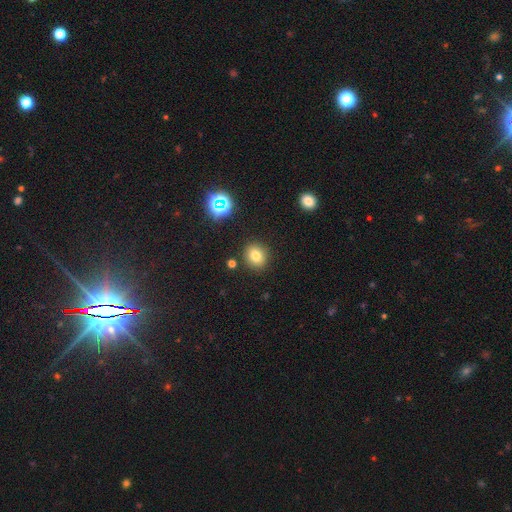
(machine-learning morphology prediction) This is likely a smooth galaxy (76%). How rounded: likely round (76%). Merging: clearly none (87%).